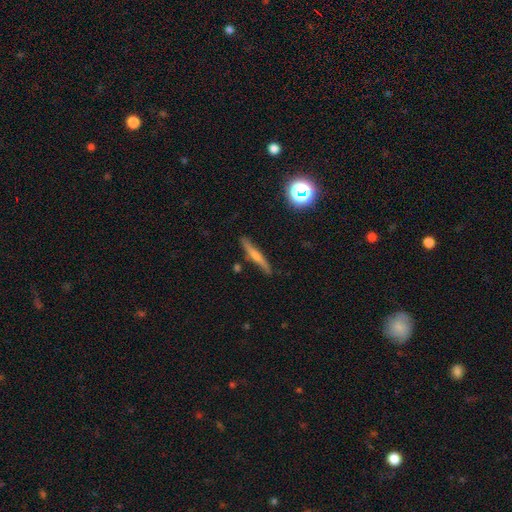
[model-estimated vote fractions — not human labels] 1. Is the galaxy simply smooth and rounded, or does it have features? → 46% smooth, 45% featured or disk, 9% star or artifact.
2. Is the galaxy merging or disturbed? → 84% none, 11% minor disturbance, 3% merger, 2% major disturbance.